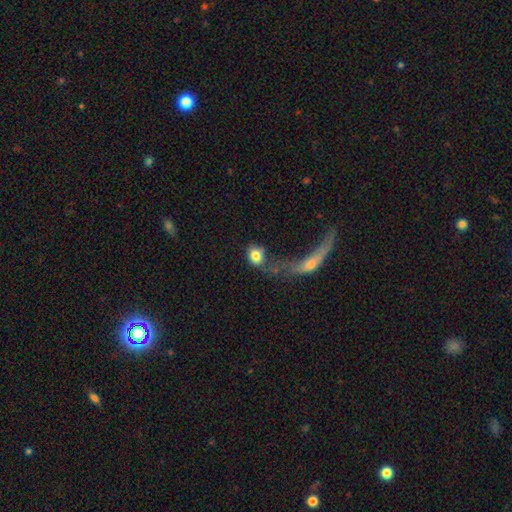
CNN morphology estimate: smooth-or-featured: smooth: 78% | featured or disk: 14% | star or artifact: 9%
  how-rounded: round: 52% | in between: 45% | cigar-shaped: 4%
  merging: merger: 39% | none: 30% | major disturbance: 18% | minor disturbance: 13%